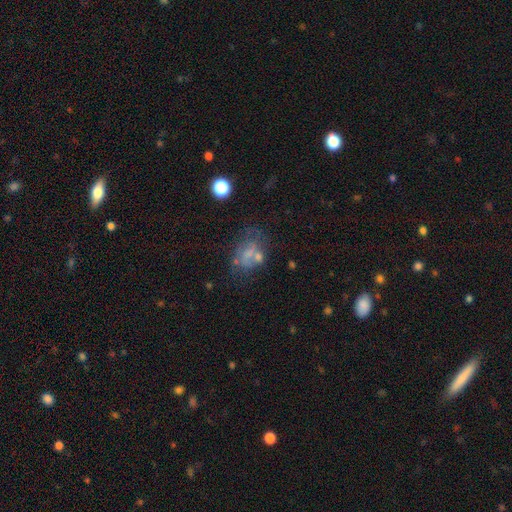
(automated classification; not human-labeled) The model was most divided on "smooth or featured": featured or disk: 40%, smooth: 35%, star or artifact: 25%. Remaining: merging — none (45%).